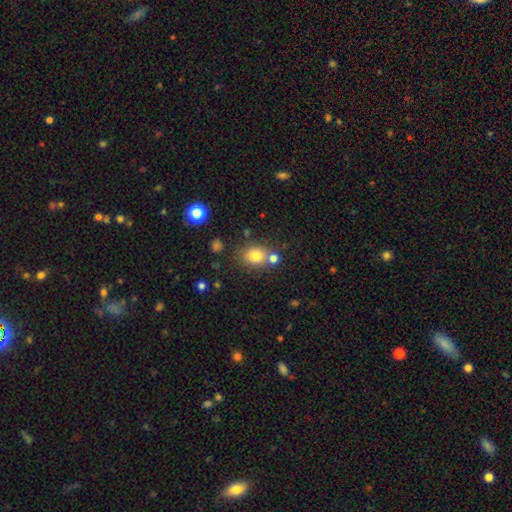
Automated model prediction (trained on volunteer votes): Smooth or featured: smooth — 77% (star or artifact — 13%)
How rounded: round — 64% (in between — 35%)
Merging: none — 65% (merger — 20%)